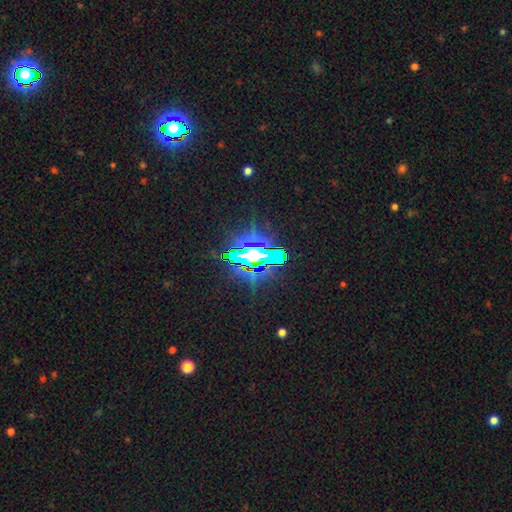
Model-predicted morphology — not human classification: smooth_or_featured: star or artifact (p=0.70) [alt: featured or disk p=0.15]